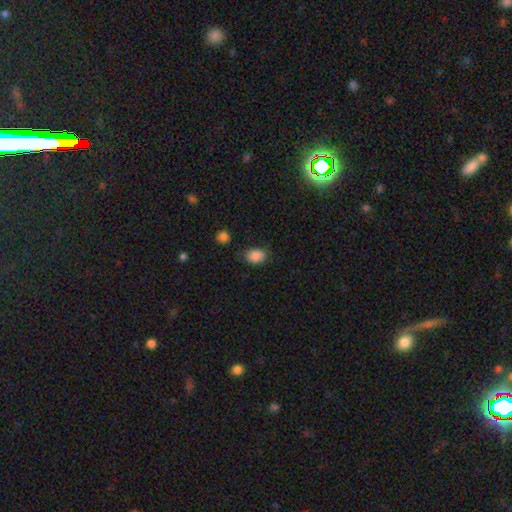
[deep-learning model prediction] Smooth or featured? smooth (87%)
How rounded? in between (69%)
Merging? none (77%)